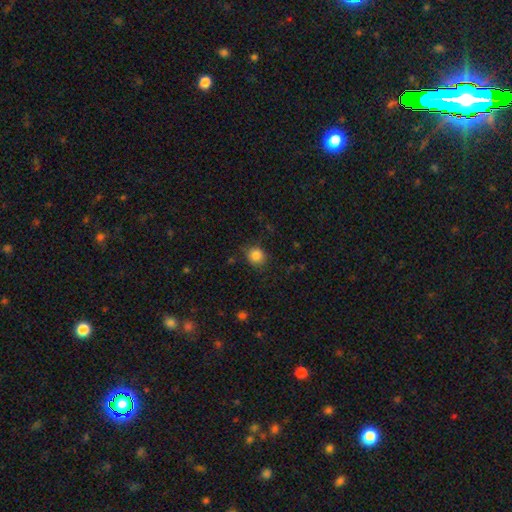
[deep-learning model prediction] Overall: smooth (84%). How rounded: round (82%). Merging: none (80%).